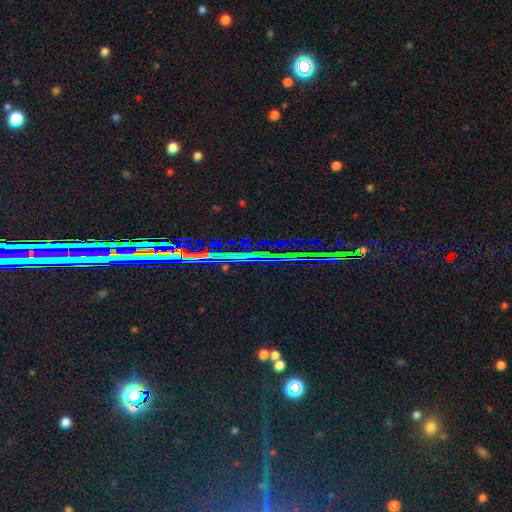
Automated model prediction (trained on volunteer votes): A star or artifact, not a galaxy (84%).

Vote fractions:
- Smooth or featured? star or artifact: 84% / featured or disk: 8% / smooth: 8%